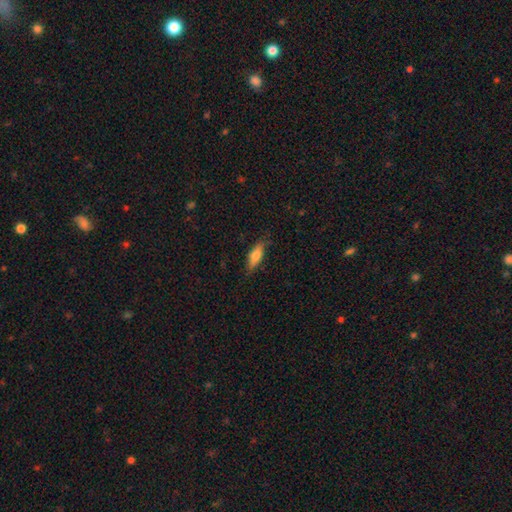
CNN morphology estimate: type=smooth (72%); roundness=in between (56%); merging=none (80%).